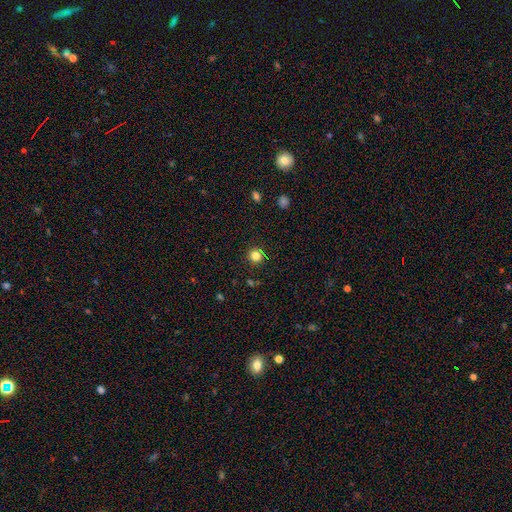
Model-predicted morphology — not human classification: Smooth or featured: smooth — 80% (star or artifact — 14%)
How rounded: round — 94% (in between — 5%)
Merging: none — 91% (minor disturbance — 6%)